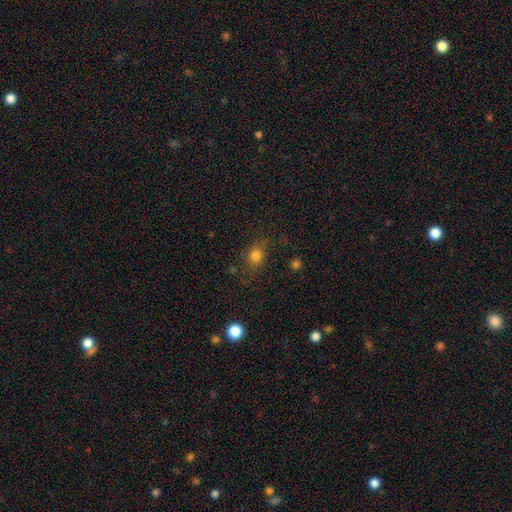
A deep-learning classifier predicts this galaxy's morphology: This appears to be a smooth galaxy with no disk features (79%) that is round (67%). Merging: none (75%).